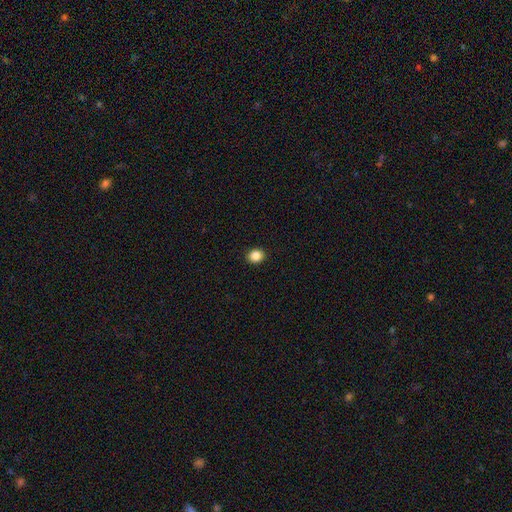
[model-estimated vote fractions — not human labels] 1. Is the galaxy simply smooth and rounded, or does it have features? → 86% smooth, 10% star or artifact, 4% featured or disk.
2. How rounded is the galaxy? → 72% round, 27% in between, 1% cigar-shaped.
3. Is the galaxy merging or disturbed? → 92% none, 5% minor disturbance, 2% major disturbance, 1% merger.